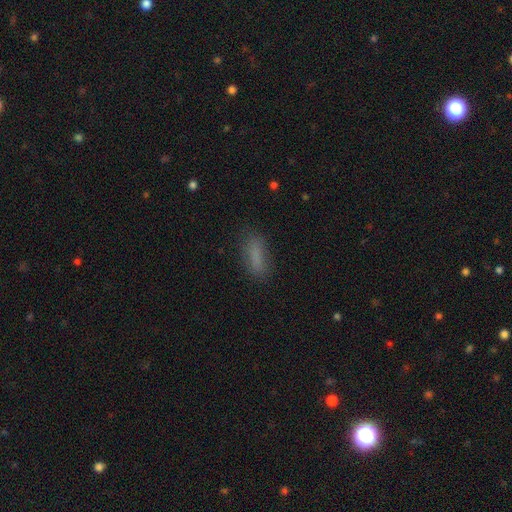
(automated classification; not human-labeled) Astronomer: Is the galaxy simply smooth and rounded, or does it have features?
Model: smooth — 81%.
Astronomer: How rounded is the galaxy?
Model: in between — 53% (runner-up: cigar-shaped, 45%).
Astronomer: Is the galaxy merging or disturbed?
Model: none — 80%.